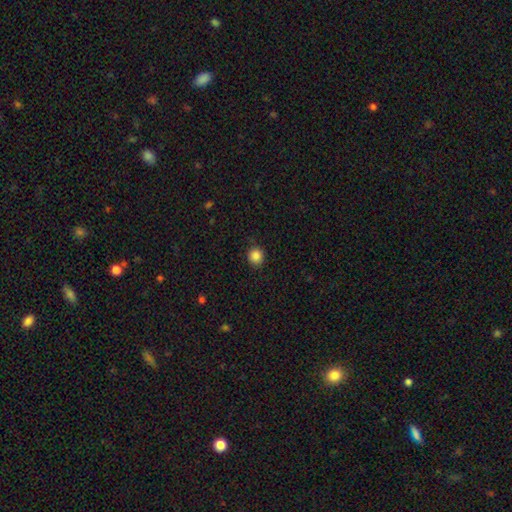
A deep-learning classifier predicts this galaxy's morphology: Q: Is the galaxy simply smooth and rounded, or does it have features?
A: smooth — 86%.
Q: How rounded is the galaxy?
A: round — 90%.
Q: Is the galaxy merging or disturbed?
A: none — 88%.